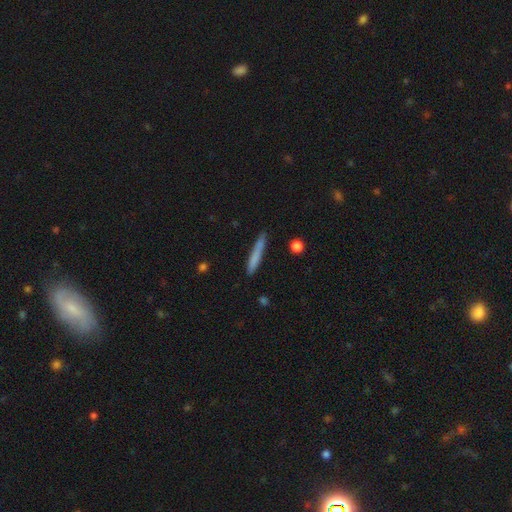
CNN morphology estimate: The model was most divided on "smooth or featured": smooth: 73%, featured or disk: 20%, star or artifact: 7%. More confident: how rounded — cigar-shaped (95%); merging — none (84%).